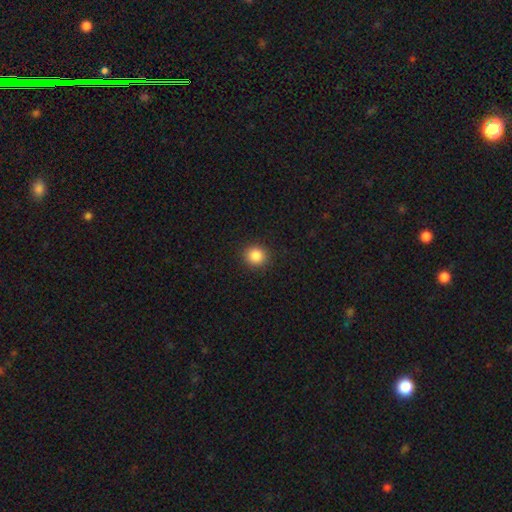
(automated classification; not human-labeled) Smooth or featured?
  - smooth: 86% *
  - star or artifact: 10%
  - featured or disk: 4%
How rounded?
  - round: 88% *
  - in between: 11%
  - cigar-shaped: 1%
Merging?
  - none: 91% *
  - minor disturbance: 6%
  - major disturbance: 2%
  - merger: 1%